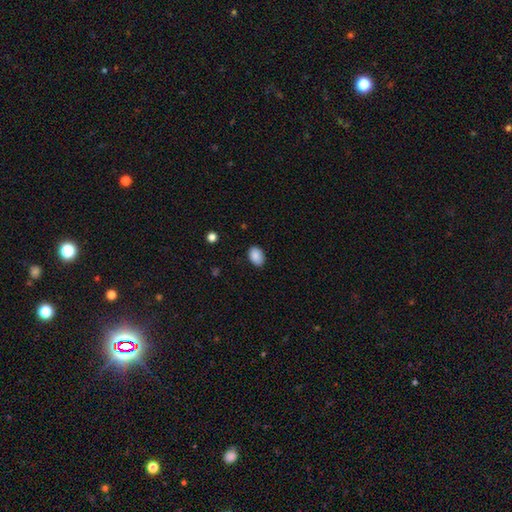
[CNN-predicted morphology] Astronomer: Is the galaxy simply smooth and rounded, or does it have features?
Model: smooth — 88%.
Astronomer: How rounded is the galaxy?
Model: in between — 84%.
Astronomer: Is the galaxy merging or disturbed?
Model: none — 83%.